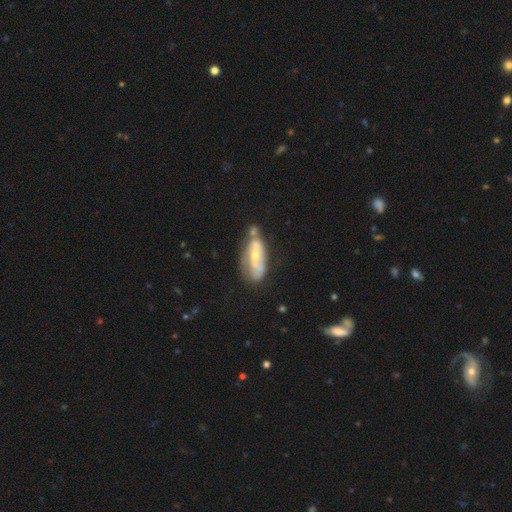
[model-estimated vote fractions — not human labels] This is likely a featured or disk galaxy (60%). It is clearly not viewed edge-on (87%). Bar: likely no (65%). Spiral arm pattern: possibly yes (54%). Central bulge: possibly small (50%). Merging: marginally none (40%).